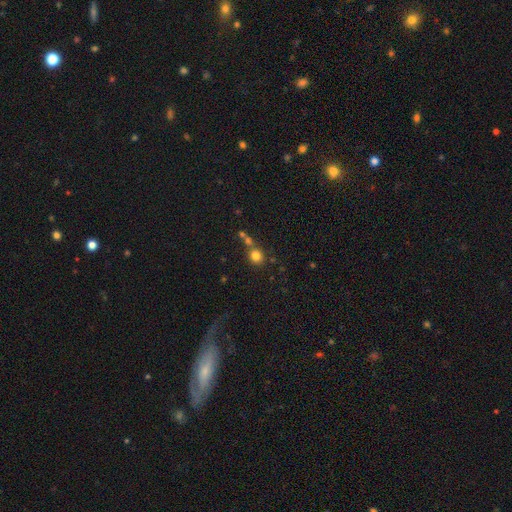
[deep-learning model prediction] Smooth or featured: smooth — 80% (star or artifact — 13%)
How rounded: round — 85% (in between — 14%)
Merging: none — 63% (merger — 24%)